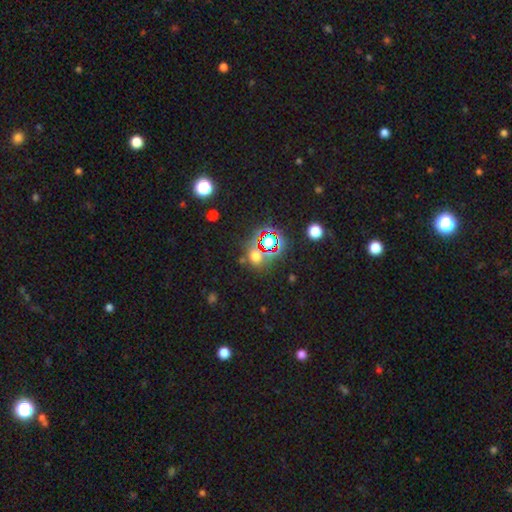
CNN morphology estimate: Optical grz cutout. It shows a smooth galaxy with no disk features (46%, tied with star or artifact). Merging: none (74%).